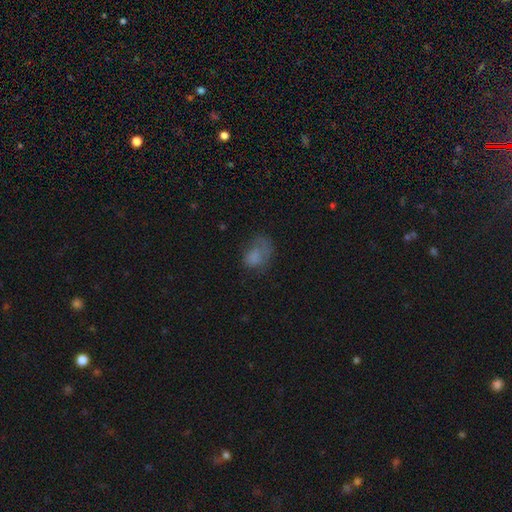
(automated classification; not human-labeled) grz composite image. It shows a smooth galaxy with no disk features (70%) that is in between round and cigar-shaped (74%). Merging: major disturbance (37%).